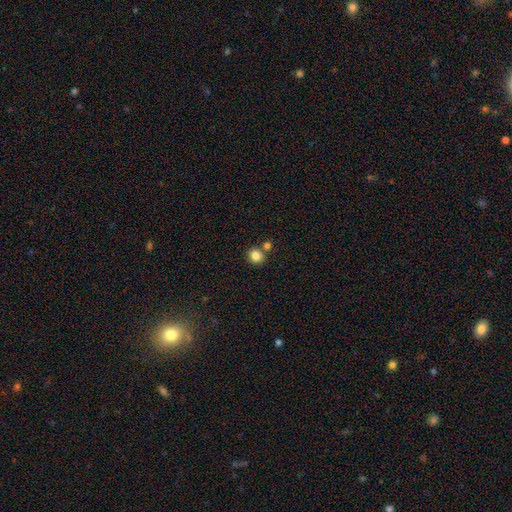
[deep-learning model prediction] Smooth or featured? smooth (84%)
How rounded? round (80%)
Merging? none (69%)